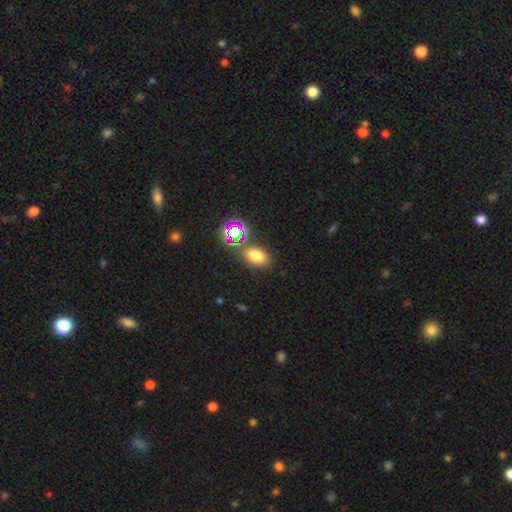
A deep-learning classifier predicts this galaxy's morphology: smooth 70%, star or artifact 22%, featured or disk 8%. Down the decision tree: how rounded — in between (78%); merging — none (77%).